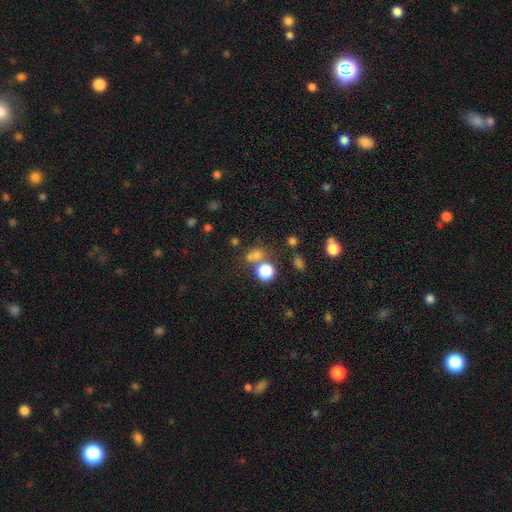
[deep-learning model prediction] Overall: smooth (57%; star or artifact 34%). How rounded: round (68%; in between 30%). Merging: none (59%; merger 24%).